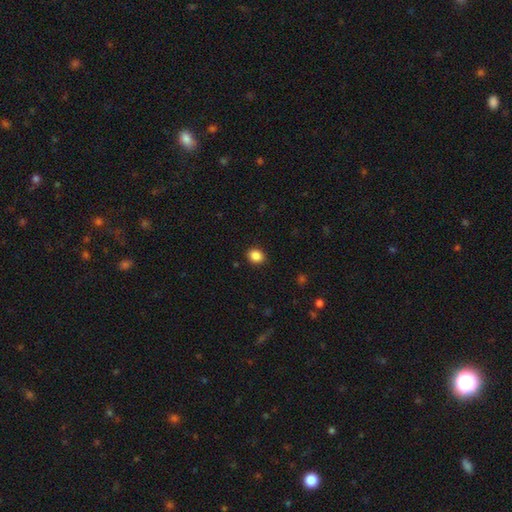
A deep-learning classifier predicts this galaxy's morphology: Smooth or featured: smooth — 87% (star or artifact — 10%)
How rounded: round — 57% (in between — 42%)
Merging: none — 90% (minor disturbance — 7%)